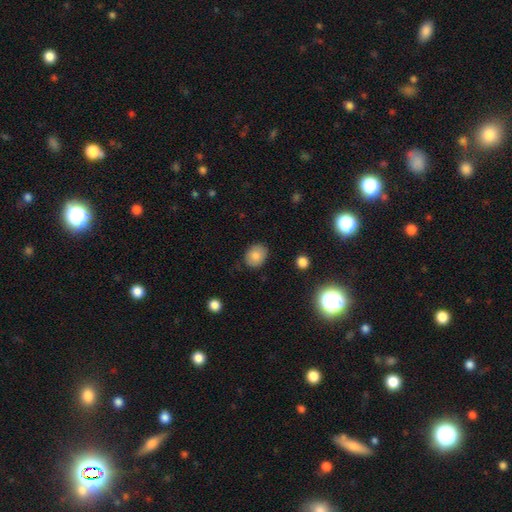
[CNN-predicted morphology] type=smooth (81%); roundness=in between (54%); merging=none (82%).